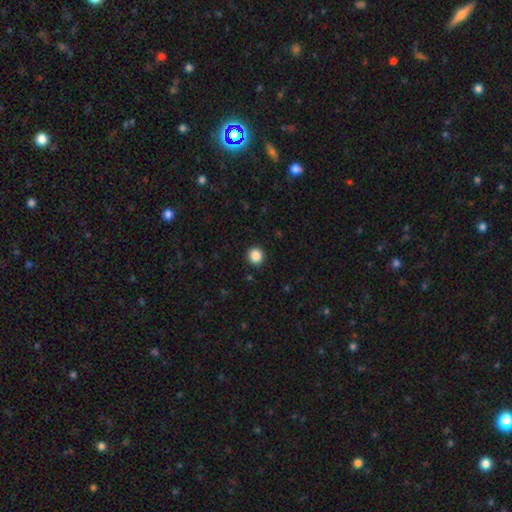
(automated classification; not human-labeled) This is clearly a smooth galaxy (88%). How rounded: clearly round (93%). Merging: clearly none (92%).